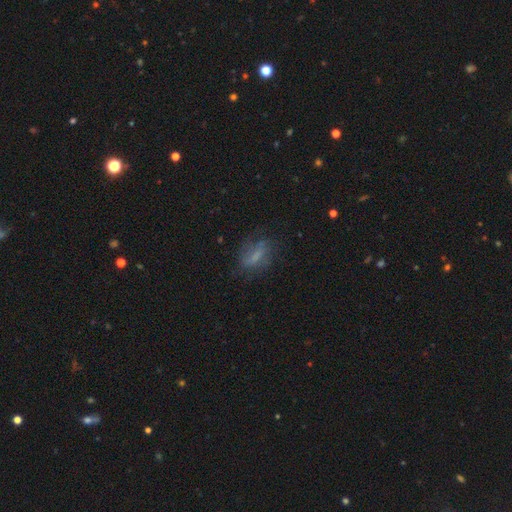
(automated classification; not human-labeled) smooth-or-featured: smooth: 50% | featured or disk: 36% | star or artifact: 13%
  how-rounded: in between: 63% | cigar-shaped: 26% | round: 11%
  merging: none: 60% | minor disturbance: 23% | major disturbance: 15% | merger: 2%